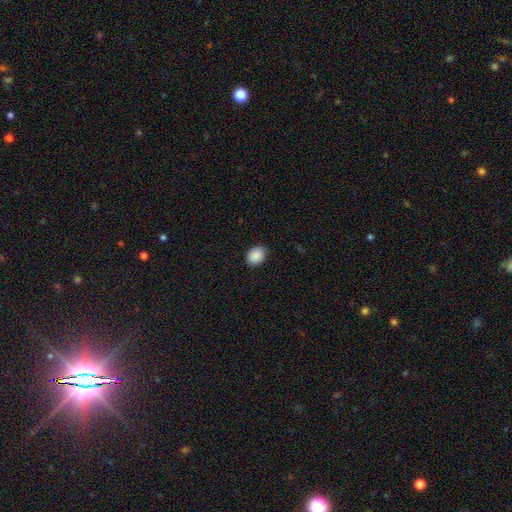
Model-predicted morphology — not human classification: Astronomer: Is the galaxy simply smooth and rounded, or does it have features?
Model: smooth — 89%.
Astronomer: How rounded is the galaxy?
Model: in between — 57% (runner-up: round, 42%).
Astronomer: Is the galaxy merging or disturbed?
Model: none — 89%.